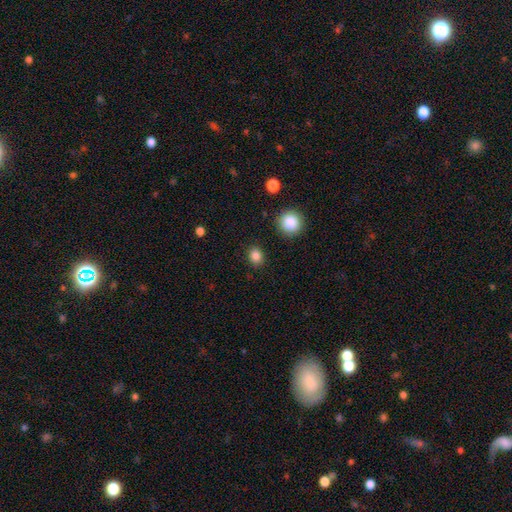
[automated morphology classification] This appears to be a smooth galaxy with no disk features (84%) that is round (67%). Merging: none (88%).